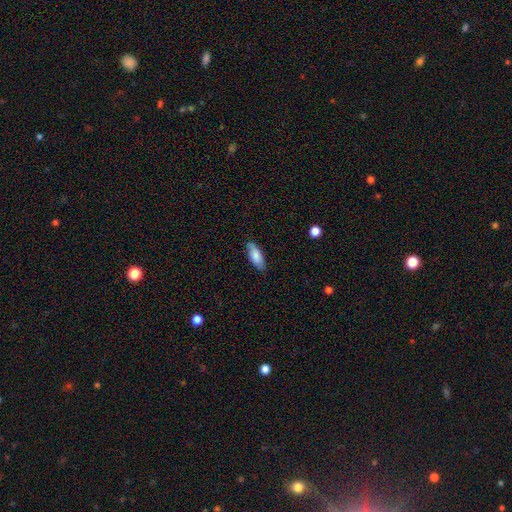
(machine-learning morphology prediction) Smooth or featured: smooth — 79% (featured or disk — 14%)
How rounded: in between — 78% (cigar-shaped — 20%)
Merging: none — 82% (minor disturbance — 14%)